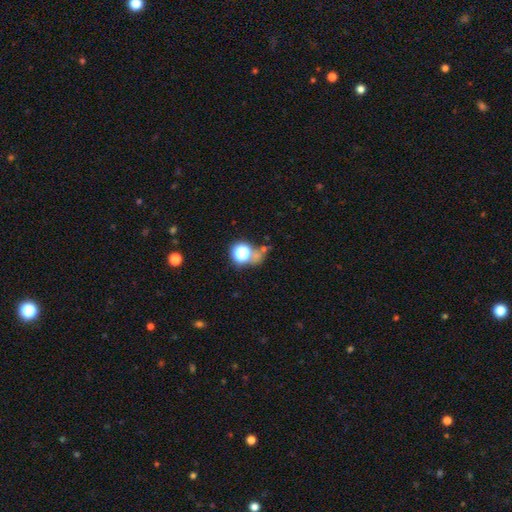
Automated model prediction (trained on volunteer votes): Smooth or featured? Predicted: star or artifact (p=0.47).